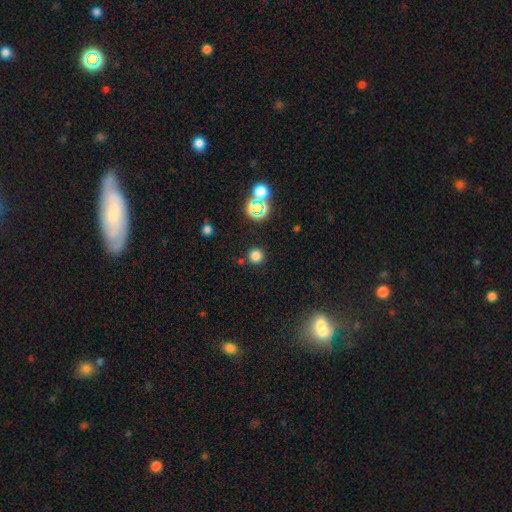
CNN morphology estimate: Smooth or featured? Predicted: smooth (p=0.76). How rounded? Predicted: round (p=0.94). Merging? Predicted: none (p=0.86).